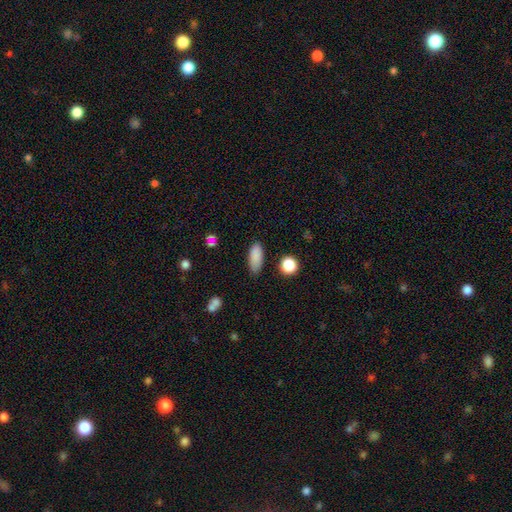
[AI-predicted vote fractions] A smooth galaxy with no disk features (86%) that is in between round and cigar-shaped (74%).

Vote fractions:
- Smooth or featured? smooth: 86% / star or artifact: 9% / featured or disk: 5%
- How rounded? in between: 74% / cigar-shaped: 23% / round: 3%
- Merging? none: 79% / minor disturbance: 15% / major disturbance: 3% / merger: 2%